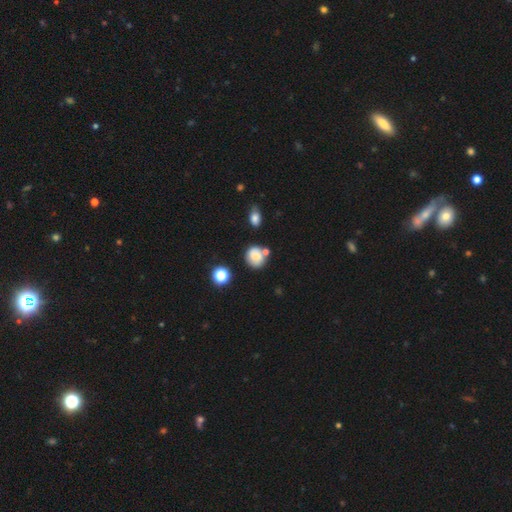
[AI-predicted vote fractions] A smooth galaxy with no disk features (66%) that is round (76%).

Vote fractions:
- Smooth or featured? smooth: 66% / featured or disk: 23% / star or artifact: 11%
- How rounded? round: 76% / in between: 23% / cigar-shaped: 1%
- Merging? none: 62% / minor disturbance: 17% / merger: 17% / major disturbance: 5%